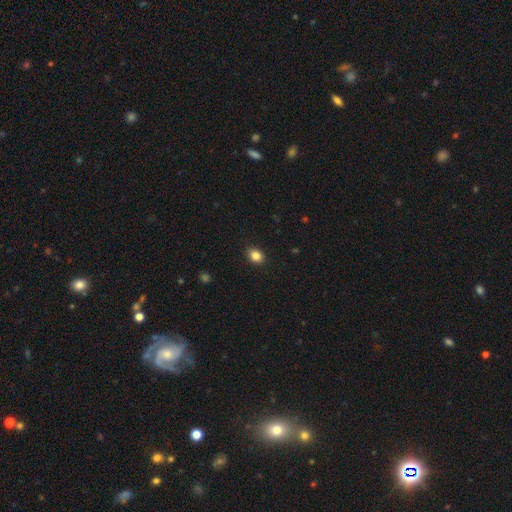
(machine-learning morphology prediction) smooth-or-featured: smooth: 85% | star or artifact: 10% | featured or disk: 5%
  how-rounded: in between: 53% | round: 46% | cigar-shaped: 1%
  merging: none: 89% | minor disturbance: 8% | major disturbance: 2% | merger: 1%